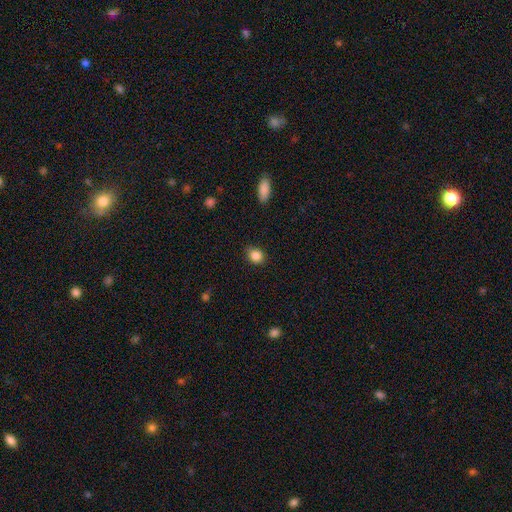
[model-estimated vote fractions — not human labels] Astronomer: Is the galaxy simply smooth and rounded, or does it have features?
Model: smooth — 86%.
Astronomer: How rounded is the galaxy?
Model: round — 59% (runner-up: in between, 40%).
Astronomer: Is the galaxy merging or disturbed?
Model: none — 84%.